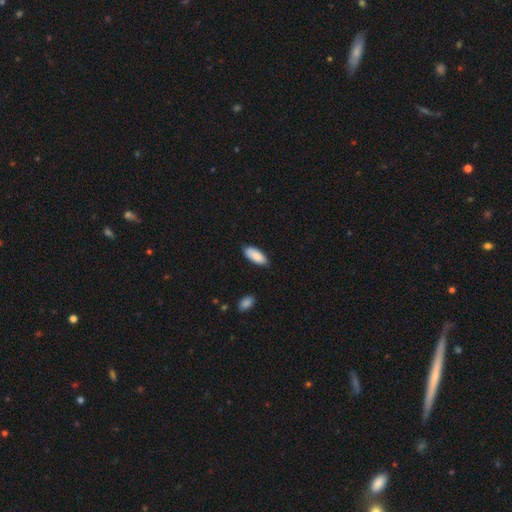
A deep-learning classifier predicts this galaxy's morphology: type=smooth (88%); roundness=in between (84%); merging=none (79%).